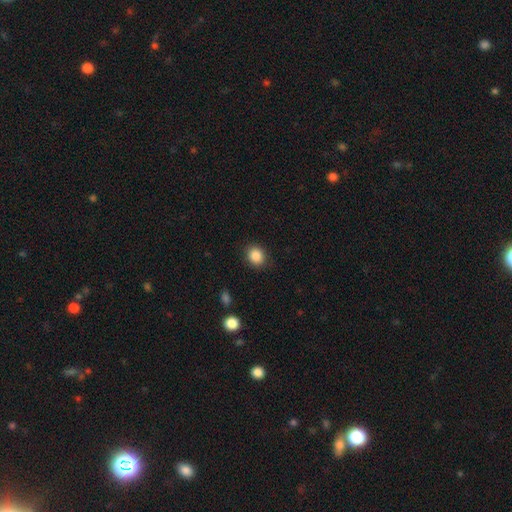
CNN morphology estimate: A smooth galaxy with no disk features (87%) that is round (71%). Merging: none (87%).